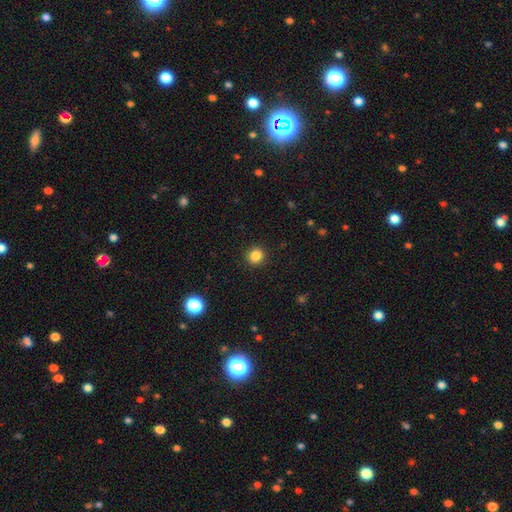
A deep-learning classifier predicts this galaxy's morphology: smooth 85%, star or artifact 11%, featured or disk 4%. Down the decision tree: how rounded — round (88%); merging — none (92%).